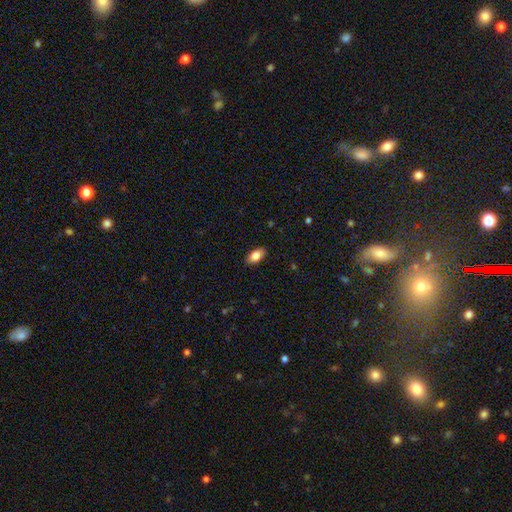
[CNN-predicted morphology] type=smooth (85%); roundness=in between (92%); merging=none (87%).